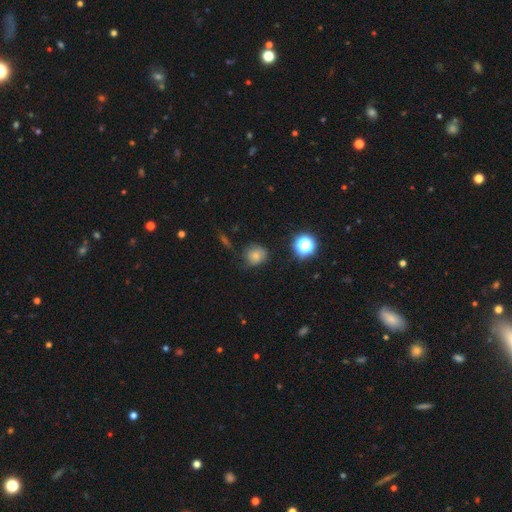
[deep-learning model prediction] Overall: smooth (68%). How rounded: round (77%). Merging: none (62%; minor disturbance 27%).